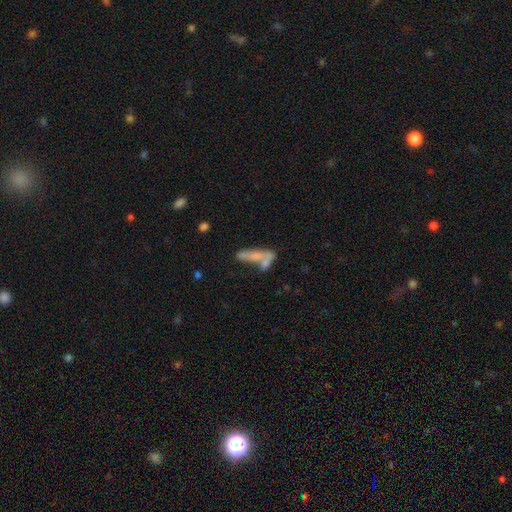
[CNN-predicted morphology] Smooth or featured? smooth (59%)
How rounded? cigar-shaped (62%)
Merging? merger (45%)